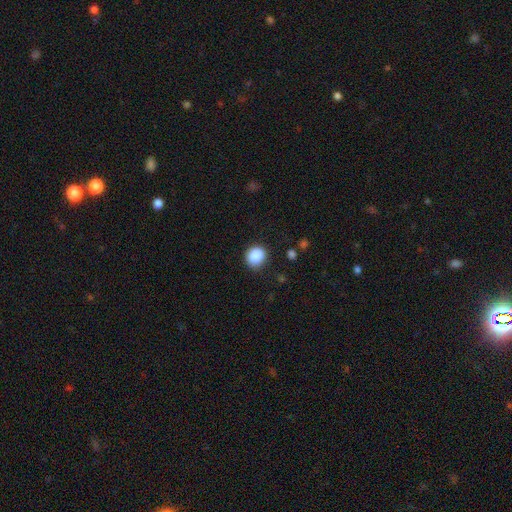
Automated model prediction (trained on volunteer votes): smooth-or-featured: smooth: 88% | star or artifact: 9% | featured or disk: 3%
  how-rounded: round: 83% | in between: 16% | cigar-shaped: 1%
  merging: none: 85% | minor disturbance: 11% | major disturbance: 3% | merger: 1%